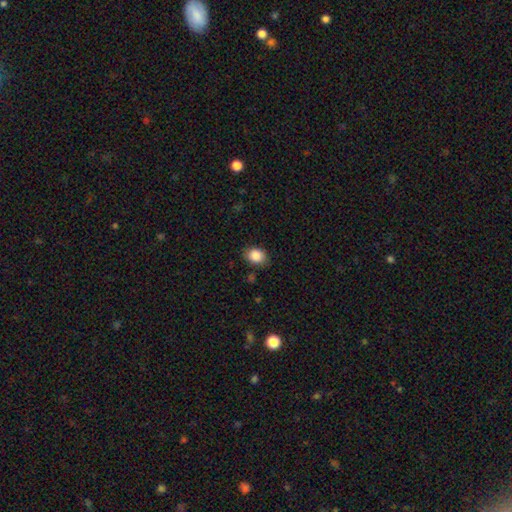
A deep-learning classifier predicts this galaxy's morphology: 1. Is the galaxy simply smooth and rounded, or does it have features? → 87% smooth, 9% star or artifact, 4% featured or disk.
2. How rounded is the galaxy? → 54% in between, 46% round, 1% cigar-shaped.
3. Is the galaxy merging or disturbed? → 81% none, 14% minor disturbance, 3% major disturbance, 2% merger.